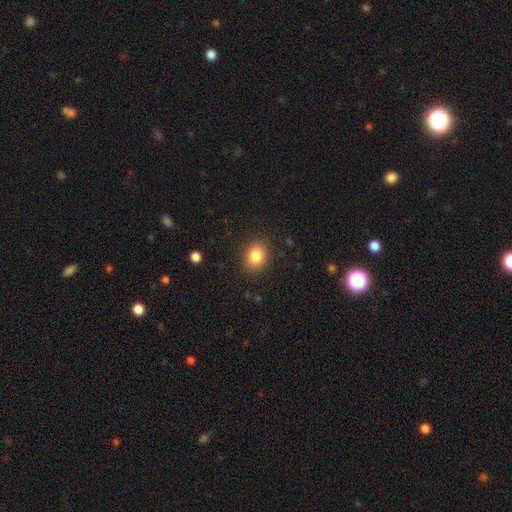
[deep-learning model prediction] This is clearly a smooth galaxy (84%). How rounded: possibly round (50%). Merging: clearly none (87%).